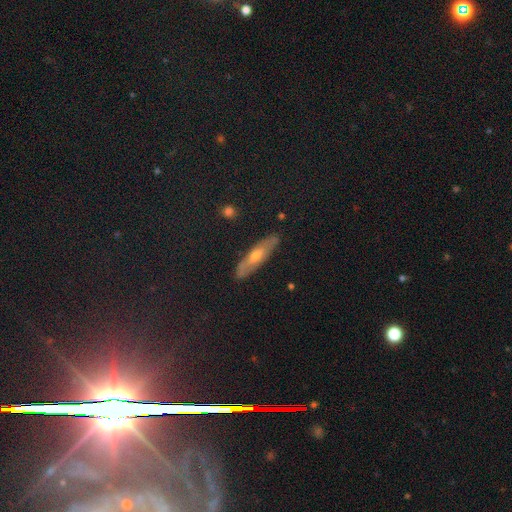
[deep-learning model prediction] A featured or disk galaxy (52%) viewed edge-on (64%). Merging: none (86%).